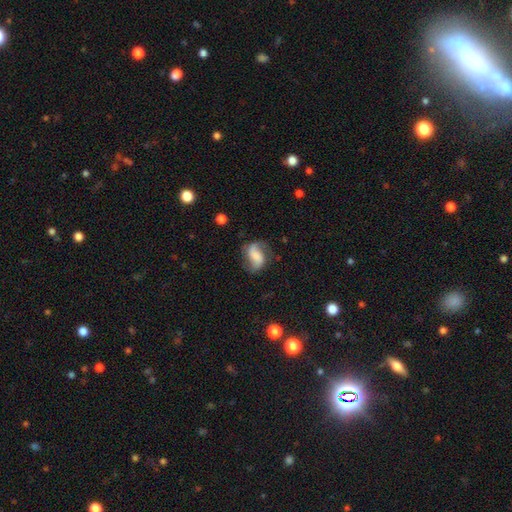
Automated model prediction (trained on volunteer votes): Smooth or featured? featured or disk (67%)
Edge-on disk? no (97%)
Bar? no (40%)
Spiral arms? yes (93%)
Spiral winding? loose (56%)
Spiral arm count? 2 (87%)
Bulge size? none (37%)
Merging? none (63%)